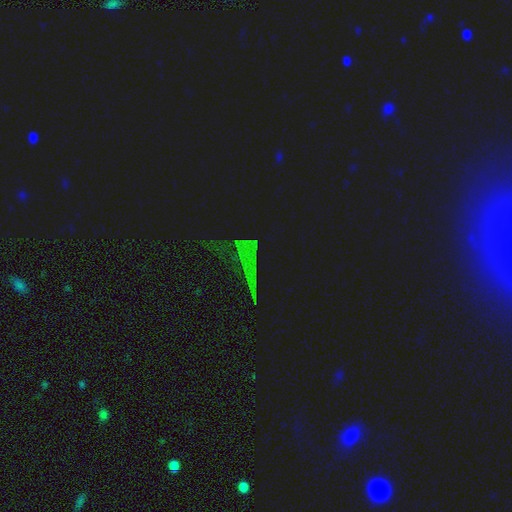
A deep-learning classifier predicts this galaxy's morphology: The model was most divided on "smooth or featured": star or artifact: 78%, smooth: 12%, featured or disk: 10%.